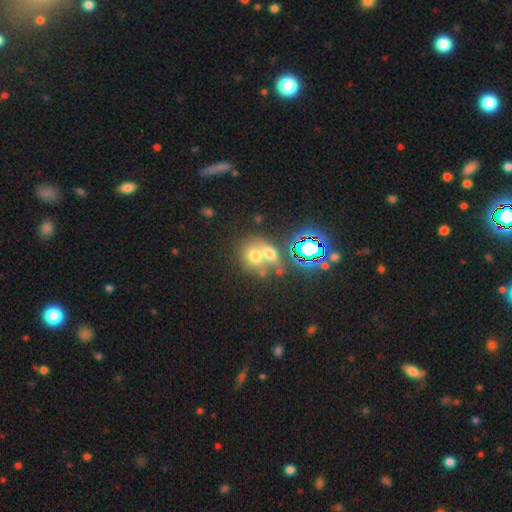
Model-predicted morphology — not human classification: Q: Smooth or featured?
A: smooth (58%); runner-up: star or artifact (24%)
Q: How rounded?
A: round (69%); runner-up: in between (30%)
Q: Merging?
A: merger (58%); runner-up: none (30%)